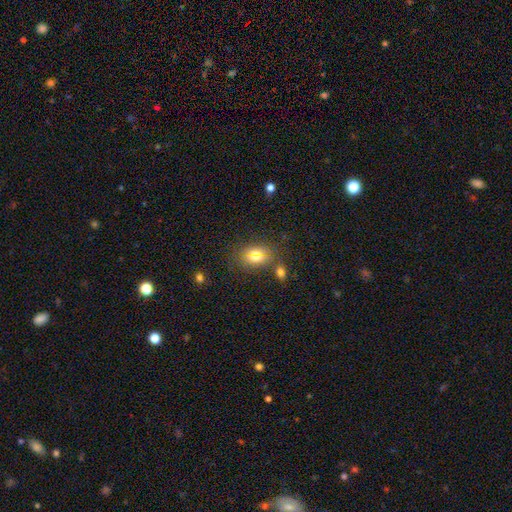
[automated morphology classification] A smooth galaxy with no disk features (62%) that is in between round and cigar-shaped (65%). Merging: none (78%).